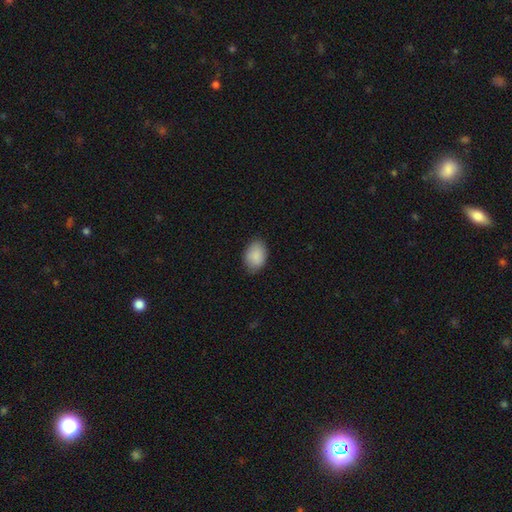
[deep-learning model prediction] This appears to be a smooth galaxy with no disk features (89%) that is in between round and cigar-shaped (82%). Merging: none (82%).